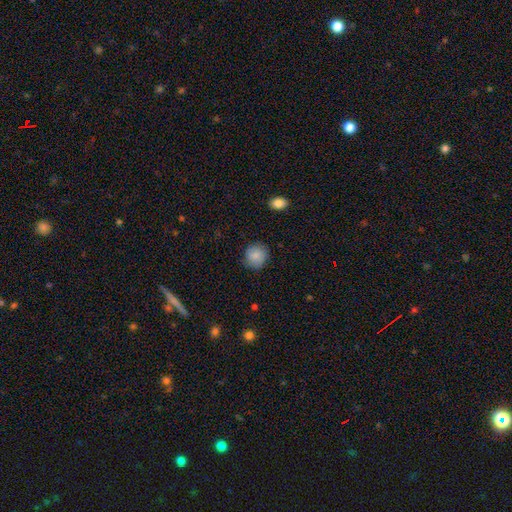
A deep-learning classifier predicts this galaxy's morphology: Overall: smooth (87%). How rounded: round (88%). Merging: none (84%).